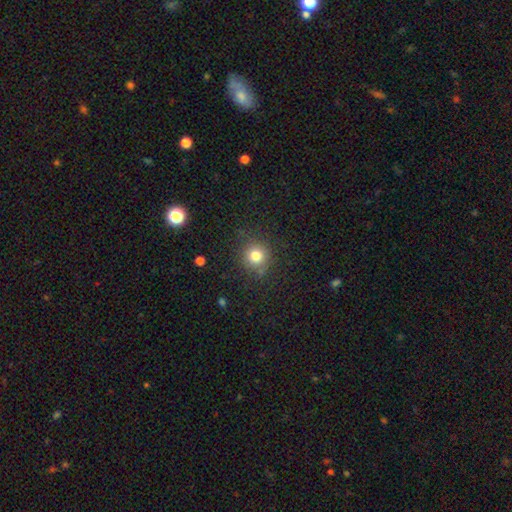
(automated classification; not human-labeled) This is likely a smooth galaxy (79%). How rounded: clearly round (92%). Merging: clearly none (85%).